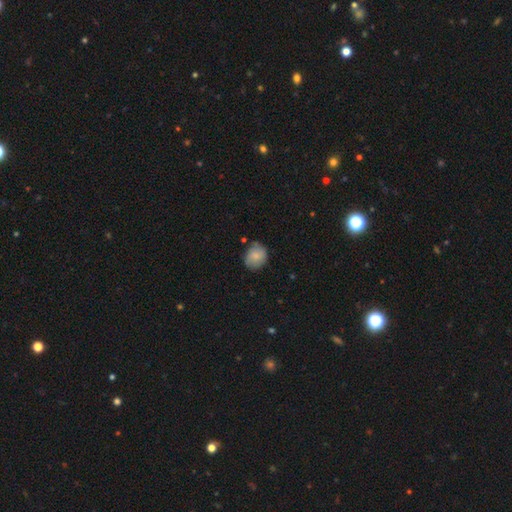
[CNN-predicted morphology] The model was most divided on "how rounded": round: 62%, in between: 37%, cigar-shaped: 1%. More confident: smooth or featured — smooth (75%); merging — none (70%).